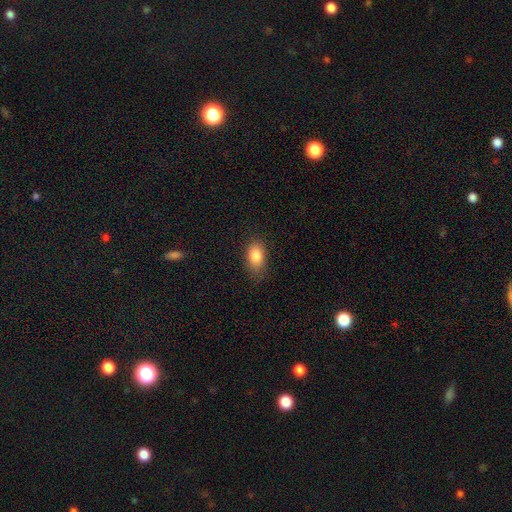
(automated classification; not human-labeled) smooth_or_featured: smooth (p=0.83) [alt: star or artifact p=0.08]
how_rounded: in between (p=0.86) [alt: round p=0.12]
merging: none (p=0.75) [alt: minor disturbance p=0.19]